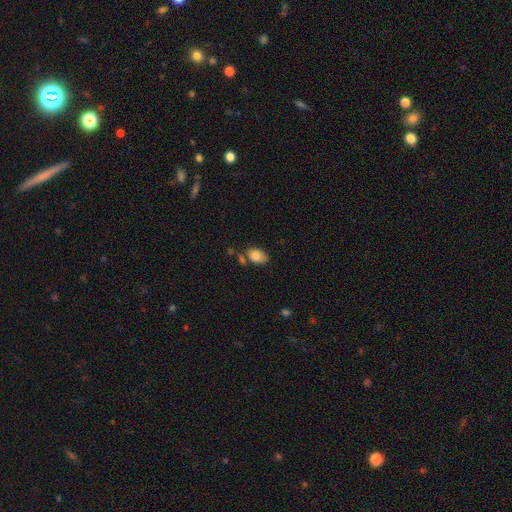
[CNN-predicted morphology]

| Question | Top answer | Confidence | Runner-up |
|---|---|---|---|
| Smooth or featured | smooth | 82% | featured or disk (10%) |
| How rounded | in between | 88% | round (11%) |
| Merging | none | 56% | minor disturbance (23%) |